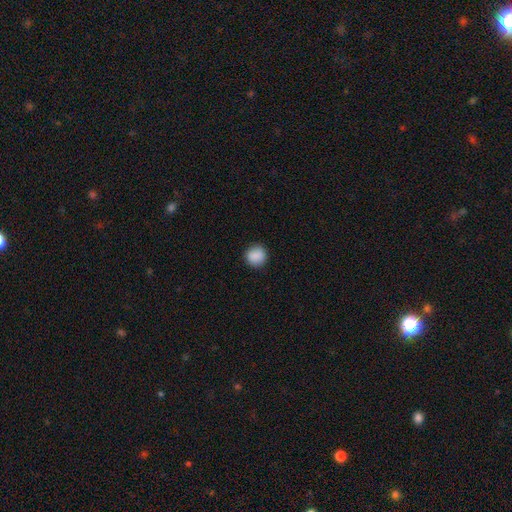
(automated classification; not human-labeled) This is clearly a smooth galaxy (89%). How rounded: clearly round (89%). Merging: clearly none (89%).